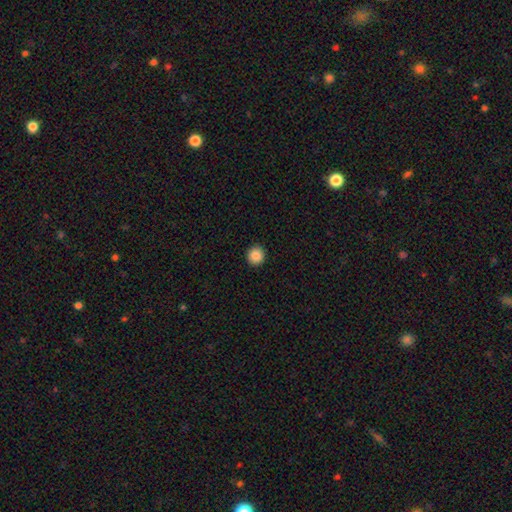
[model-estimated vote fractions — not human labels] smooth-or-featured: smooth: 86% | star or artifact: 9% | featured or disk: 4%
  how-rounded: round: 94% | in between: 5% | cigar-shaped: 1%
  merging: none: 93% | minor disturbance: 5% | major disturbance: 1% | merger: 1%